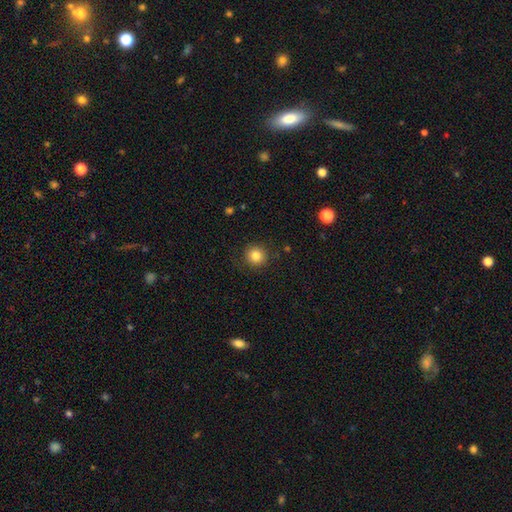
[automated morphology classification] smooth_or_featured: smooth (p=0.84) [alt: star or artifact p=0.11]
how_rounded: round (p=0.93) [alt: in between p=0.06]
merging: none (p=0.89) [alt: minor disturbance p=0.07]